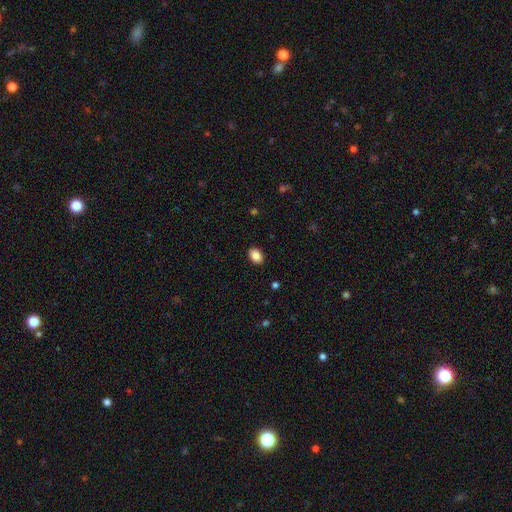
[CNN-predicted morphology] smooth 87%, star or artifact 8%, featured or disk 5%. Down the decision tree: how rounded — in between (84%); merging — none (90%).